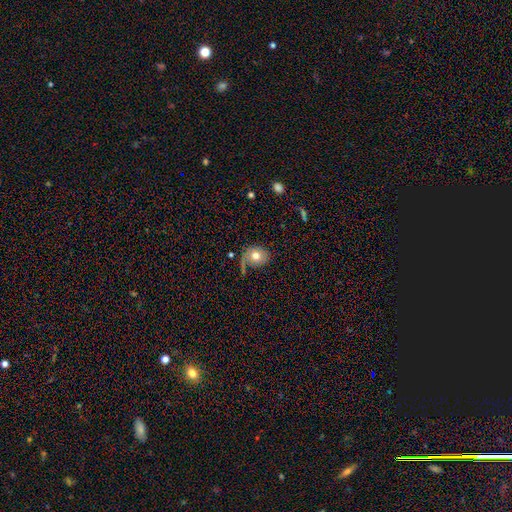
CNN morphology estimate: This is likely a smooth galaxy (72%). How rounded: likely round (70%). Merging: possibly none (57%).